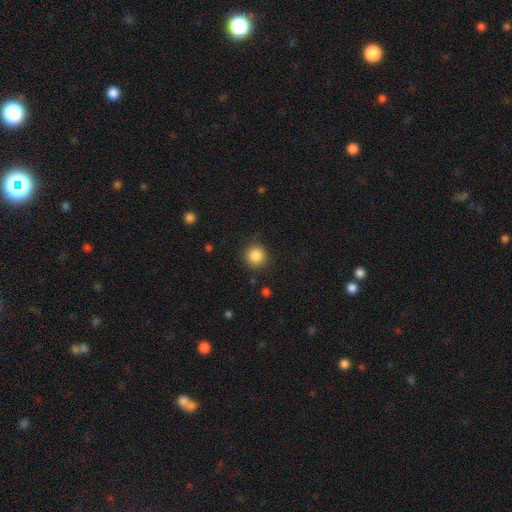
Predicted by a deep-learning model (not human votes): The model was most divided on "smooth or featured": smooth: 86%, star or artifact: 10%, featured or disk: 4%. More confident: how rounded — round (93%); merging — none (86%).